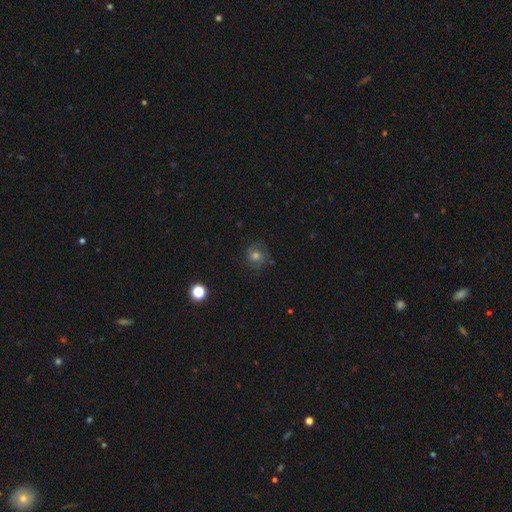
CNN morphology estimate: This is marginally a featured or disk galaxy (43%). Merging: likely none (79%).